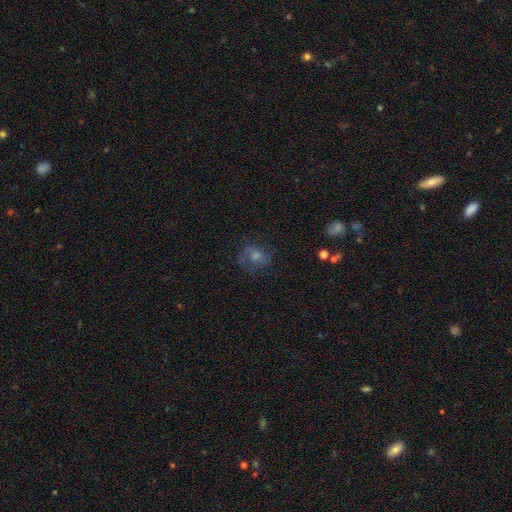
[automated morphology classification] This appears to be a smooth galaxy with no disk features (60%) that is round (65%). Merging: none (63%).